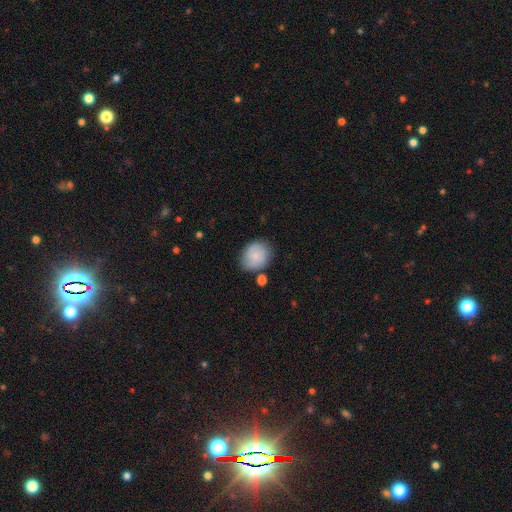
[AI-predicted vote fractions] Smooth or featured: smooth — 73% (featured or disk — 20%)
How rounded: round — 62% (in between — 37%)
Merging: none — 69% (minor disturbance — 20%)